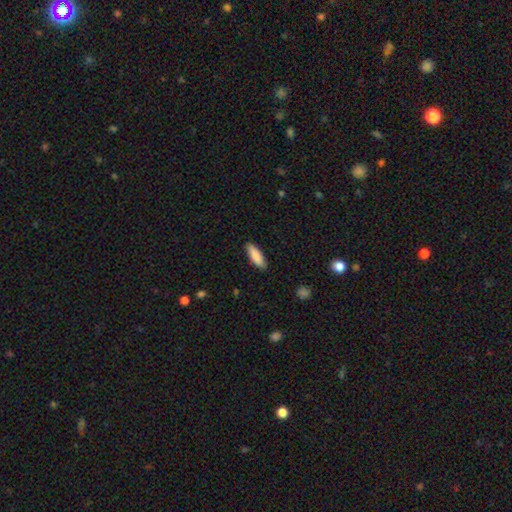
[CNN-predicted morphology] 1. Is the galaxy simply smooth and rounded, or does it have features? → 87% smooth, 7% featured or disk, 6% star or artifact.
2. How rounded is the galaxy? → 57% in between, 41% cigar-shaped, 2% round.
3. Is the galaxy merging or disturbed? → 87% none, 11% minor disturbance, 2% major disturbance, 1% merger.